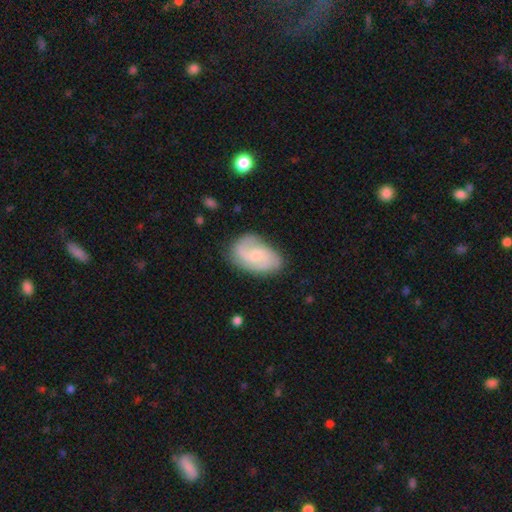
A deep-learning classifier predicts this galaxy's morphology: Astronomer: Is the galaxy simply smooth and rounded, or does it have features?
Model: featured or disk — 65%.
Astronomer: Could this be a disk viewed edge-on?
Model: no — 97%.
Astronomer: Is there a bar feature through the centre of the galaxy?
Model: no — 59% (runner-up: weak, 36%).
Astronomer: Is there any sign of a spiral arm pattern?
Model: yes — 92%.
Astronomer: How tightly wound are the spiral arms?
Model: medium — 45% (runner-up: loose, 30%).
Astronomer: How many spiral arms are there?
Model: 2 — 60%.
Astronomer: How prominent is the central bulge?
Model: small — 58%.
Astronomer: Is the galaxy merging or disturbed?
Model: none — 71%.